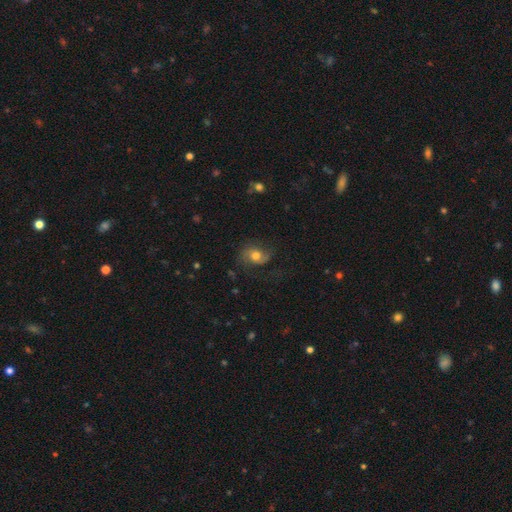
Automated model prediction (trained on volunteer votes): The model was most divided on "smooth or featured": featured or disk: 51%, smooth: 39%, star or artifact: 10%. More confident: edge-on disk — no (96%); merging — none (61%).